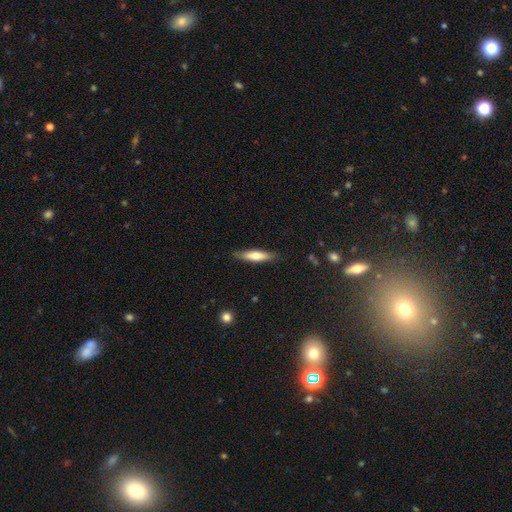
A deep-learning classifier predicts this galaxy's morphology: This is likely a smooth galaxy (63%). How rounded: likely cigar-shaped (74%). Merging: clearly none (84%).